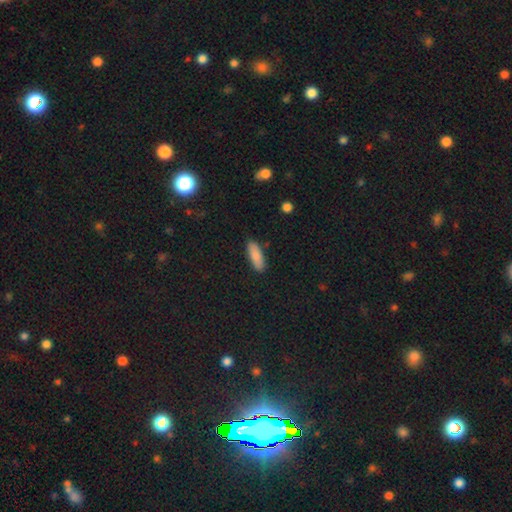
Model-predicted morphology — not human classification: type=smooth (86%); roundness=in between (61%); merging=none (87%).